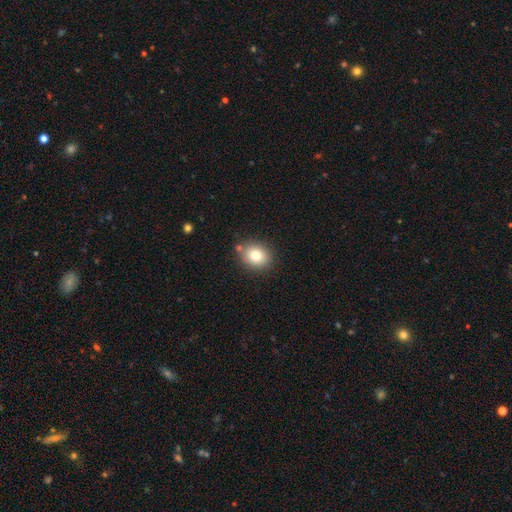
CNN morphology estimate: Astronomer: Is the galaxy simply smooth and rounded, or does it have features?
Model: smooth — 79%.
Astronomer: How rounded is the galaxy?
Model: round — 61% (runner-up: in between, 38%).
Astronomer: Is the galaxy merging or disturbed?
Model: none — 79%.